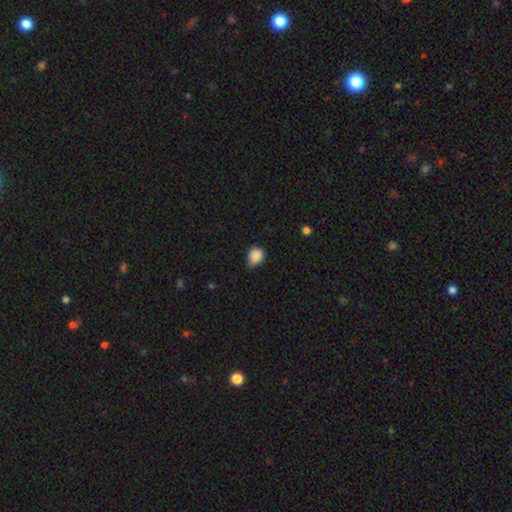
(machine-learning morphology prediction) A smooth galaxy with no disk features (87%) that is round (65%).

Vote fractions:
- Smooth or featured? smooth: 87% / star or artifact: 9% / featured or disk: 4%
- How rounded? round: 65% / in between: 34% / cigar-shaped: 1%
- Merging? none: 50% / minor disturbance: 42% / major disturbance: 6% / merger: 2%